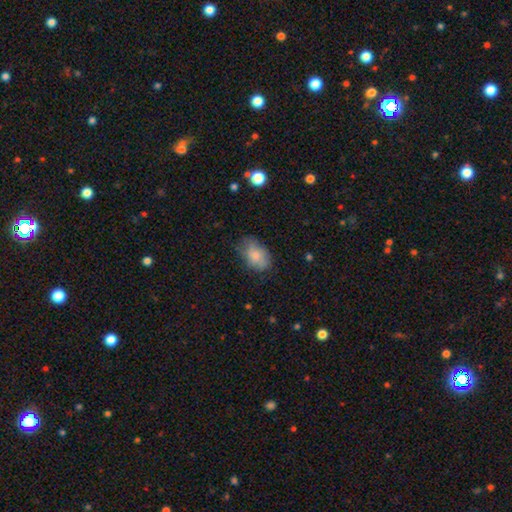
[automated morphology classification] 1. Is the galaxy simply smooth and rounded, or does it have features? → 80% smooth, 13% featured or disk, 7% star or artifact.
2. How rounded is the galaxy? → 86% in between, 13% round, 1% cigar-shaped.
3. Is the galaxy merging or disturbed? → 64% none, 27% minor disturbance, 8% major disturbance, 2% merger.